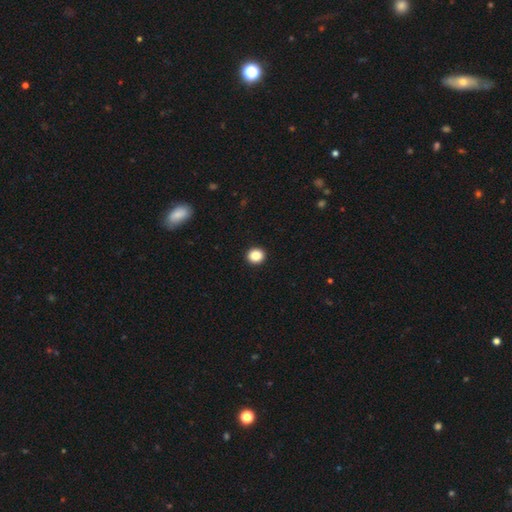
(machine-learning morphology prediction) Q: Smooth or featured?
A: smooth (88%); runner-up: star or artifact (10%)
Q: How rounded?
A: round (87%); runner-up: in between (12%)
Q: Merging?
A: none (93%); runner-up: minor disturbance (4%)